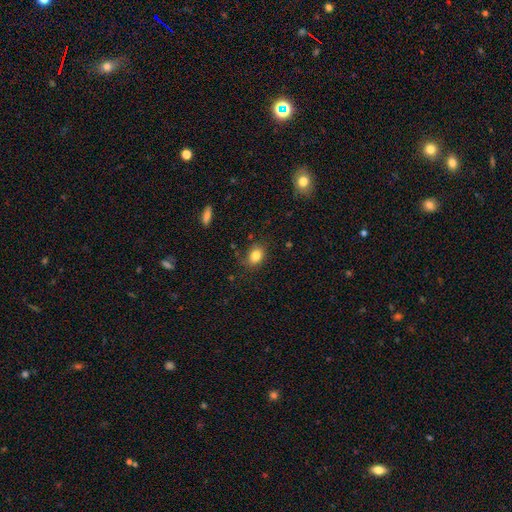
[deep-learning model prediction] This is clearly a smooth galaxy (83%). How rounded: likely in between (65%). Merging: likely none (78%).